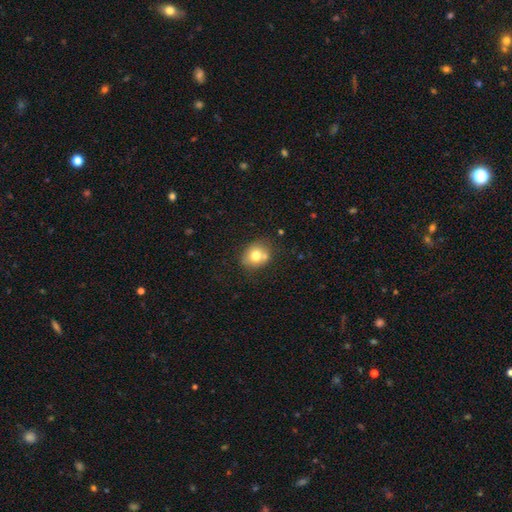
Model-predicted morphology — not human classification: Q: Smooth or featured?
A: smooth (73%); runner-up: featured or disk (17%)
Q: How rounded?
A: round (65%); runner-up: in between (34%)
Q: Merging?
A: none (64%); runner-up: merger (16%)